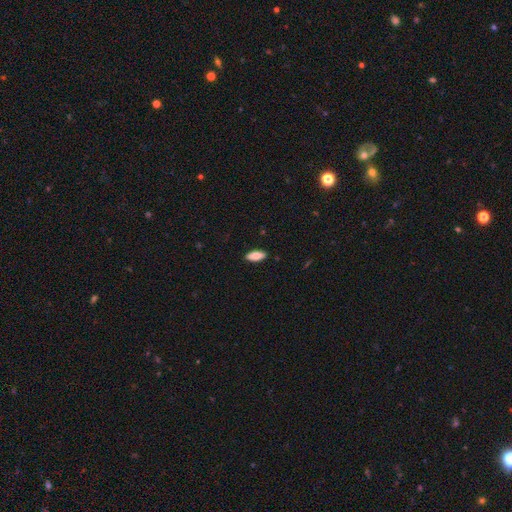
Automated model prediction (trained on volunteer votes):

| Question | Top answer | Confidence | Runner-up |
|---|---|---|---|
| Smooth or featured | smooth | 78% | featured or disk (15%) |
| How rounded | in between | 80% | cigar-shaped (18%) |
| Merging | none | 89% | minor disturbance (8%) |